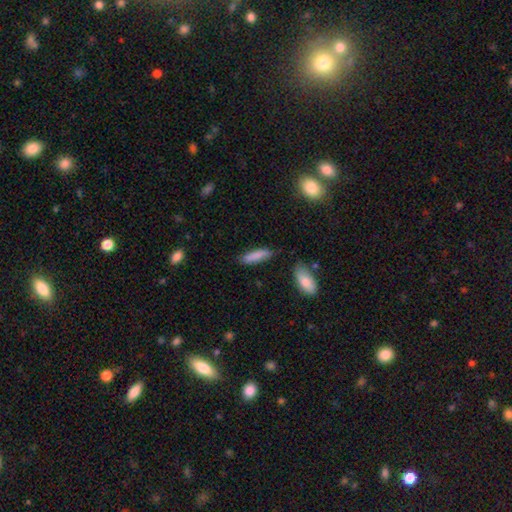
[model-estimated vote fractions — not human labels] Q: Smooth or featured?
A: smooth (83%); runner-up: featured or disk (10%)
Q: How rounded?
A: cigar-shaped (66%); runner-up: in between (32%)
Q: Merging?
A: none (75%); runner-up: minor disturbance (18%)